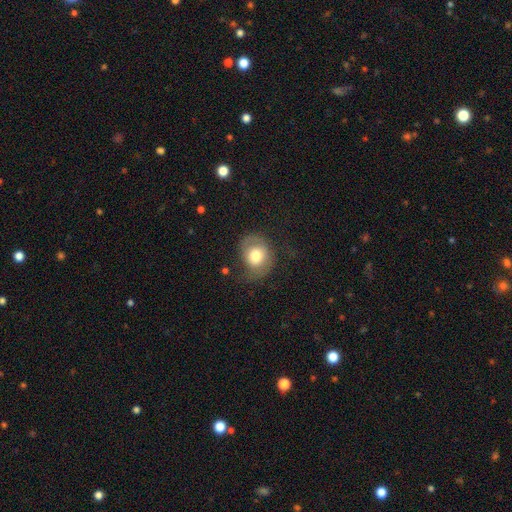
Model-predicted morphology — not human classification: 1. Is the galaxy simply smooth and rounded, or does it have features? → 62% smooth, 30% featured or disk, 8% star or artifact.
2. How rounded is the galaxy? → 59% round, 40% in between, 1% cigar-shaped.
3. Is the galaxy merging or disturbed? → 49% none, 28% minor disturbance, 21% major disturbance, 2% merger.